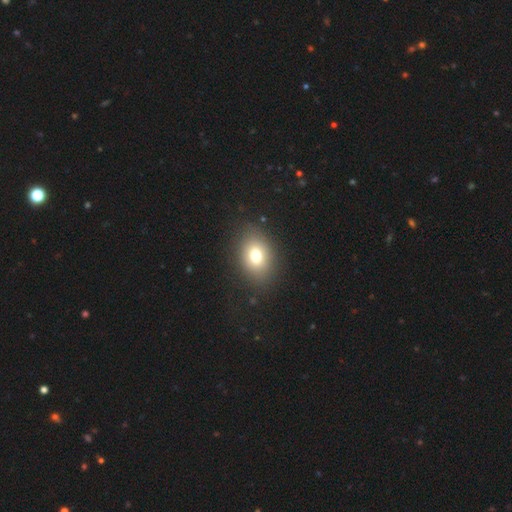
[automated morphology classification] Smooth or featured? smooth (75%)
How rounded? in between (64%)
Merging? none (86%)